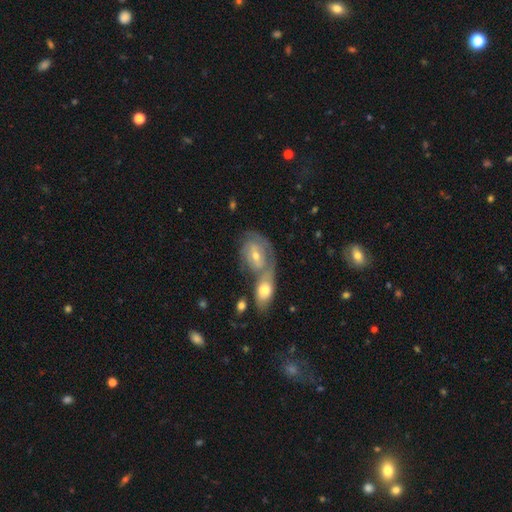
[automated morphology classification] smooth-or-featured: featured or disk: 54% | smooth: 40% | star or artifact: 7%
  disk-edge-on: no: 91% | yes: 9%
  merging: merger: 57% | none: 27% | minor disturbance: 11% | major disturbance: 6%